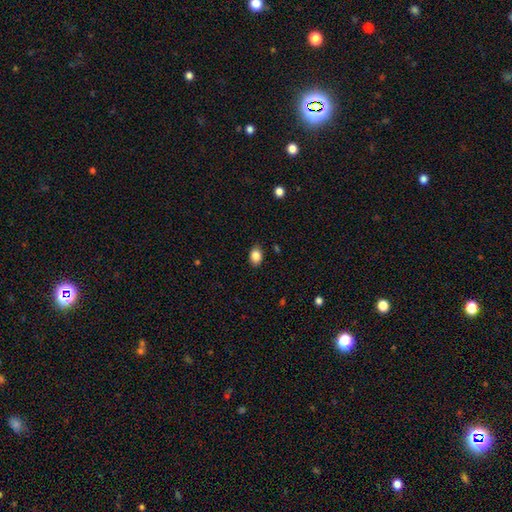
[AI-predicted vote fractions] Morphology: type=smooth (86%); roundness=in between (68%); merging=none (85%).